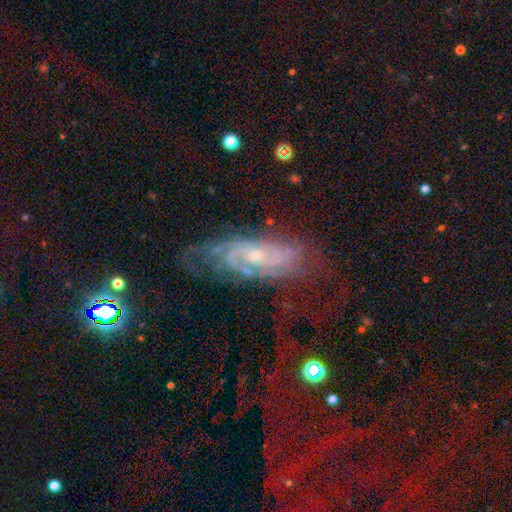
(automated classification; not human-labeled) Q: Smooth or featured?
A: featured or disk (82%); runner-up: smooth (10%)
Q: Edge-on disk?
A: no (90%); runner-up: yes (10%)
Q: Bar?
A: no (65%); runner-up: weak (28%)
Q: Spiral arms?
A: yes (93%); runner-up: no (7%)
Q: Spiral winding?
A: tight (59%); runner-up: medium (31%)
Q: Spiral arm count?
A: can't tell (39%); runner-up: 2 (33%)
Q: Bulge size?
A: small (69%); runner-up: moderate (27%)
Q: Merging?
A: none (59%); runner-up: minor disturbance (22%)